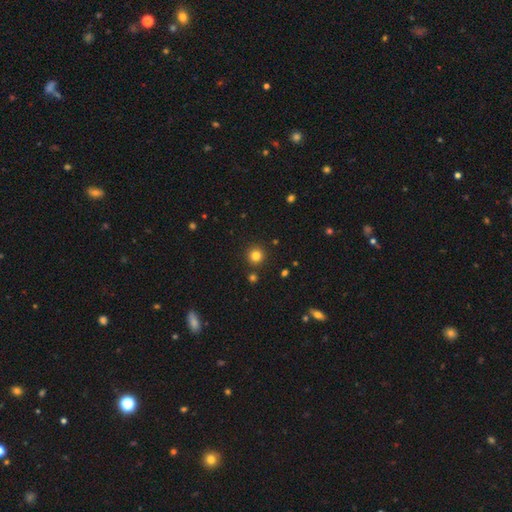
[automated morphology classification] Smooth or featured?
  - smooth: 82% *
  - star or artifact: 13%
  - featured or disk: 5%
How rounded?
  - round: 94% *
  - in between: 5%
  - cigar-shaped: 1%
Merging?
  - none: 90% *
  - minor disturbance: 5%
  - merger: 3%
  - major disturbance: 2%